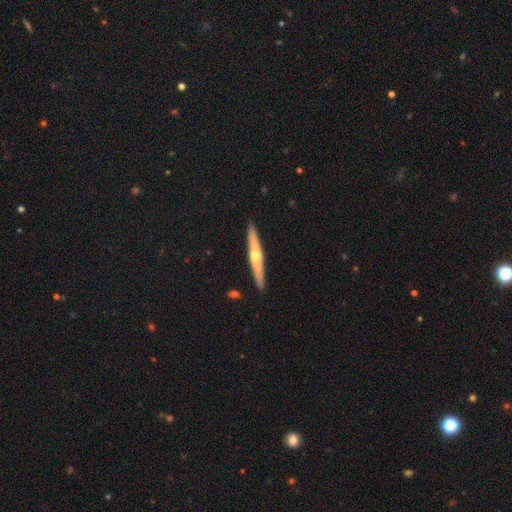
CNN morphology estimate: Q: Smooth or featured?
A: featured or disk (61%); runner-up: smooth (33%)
Q: Edge-on disk?
A: yes (96%); runner-up: no (4%)
Q: Edge-on bulge?
A: rounded (87%); runner-up: none (10%)
Q: Merging?
A: none (92%); runner-up: minor disturbance (6%)